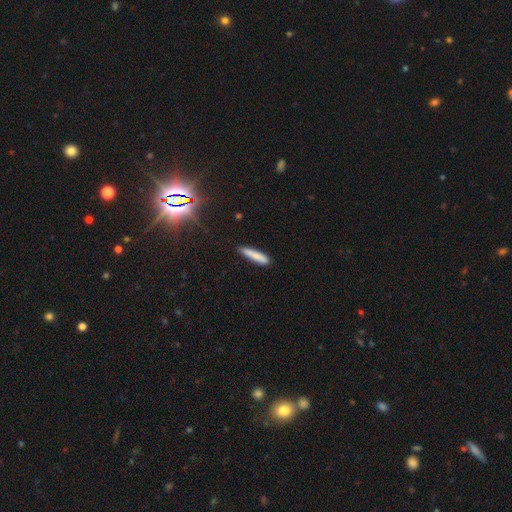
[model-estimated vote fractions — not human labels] This appears to be a smooth galaxy with no disk features (80%) that is cigar-shaped (89%). Merging: none (83%).